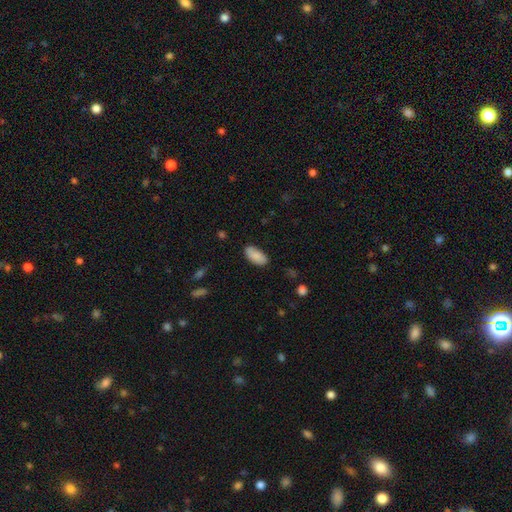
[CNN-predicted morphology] smooth_or_featured: smooth (p=0.87) [alt: star or artifact p=0.07]
how_rounded: in between (p=0.92) [alt: cigar-shaped p=0.06]
merging: none (p=0.82) [alt: minor disturbance p=0.14]